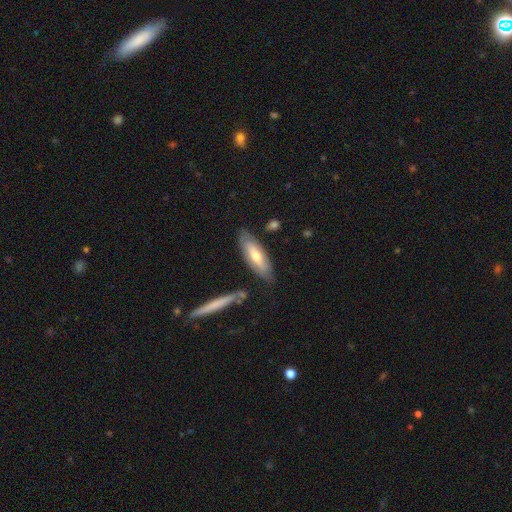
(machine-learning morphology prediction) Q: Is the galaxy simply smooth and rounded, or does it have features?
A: smooth — 55%.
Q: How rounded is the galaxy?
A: in between — 54%.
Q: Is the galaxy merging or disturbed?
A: none — 76%.